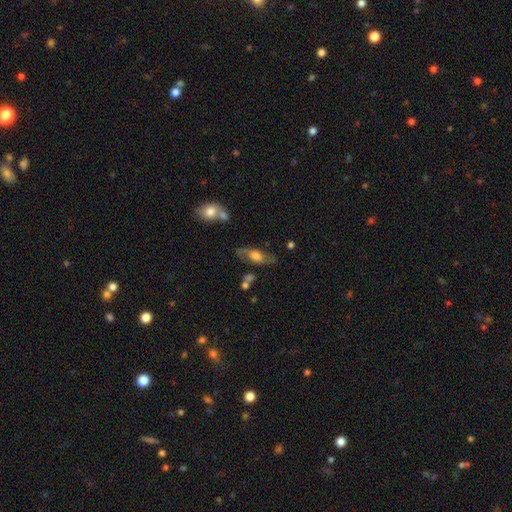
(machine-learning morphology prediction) Smooth or featured? featured or disk (48%)
Merging? none (61%)